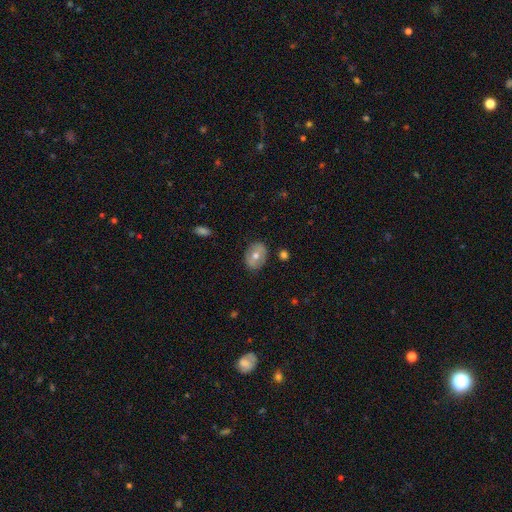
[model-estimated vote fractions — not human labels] This is possibly a smooth galaxy (49%). Merging: clearly none (84%).